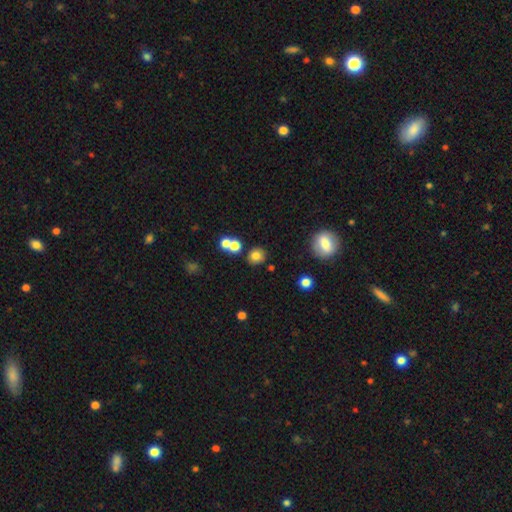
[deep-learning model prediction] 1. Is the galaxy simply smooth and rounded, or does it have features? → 78% smooth, 14% star or artifact, 8% featured or disk.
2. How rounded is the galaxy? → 79% round, 20% in between, 1% cigar-shaped.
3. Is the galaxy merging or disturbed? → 76% none, 11% merger, 10% minor disturbance, 3% major disturbance.